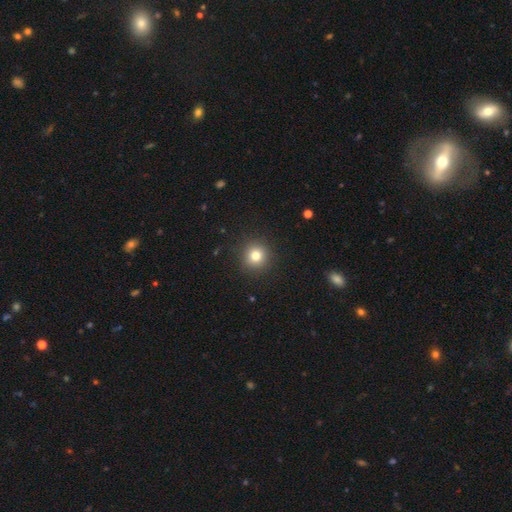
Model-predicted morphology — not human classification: smooth_or_featured: smooth (p=0.80) [alt: star or artifact p=0.12]
how_rounded: round (p=0.92) [alt: in between p=0.07]
merging: none (p=0.90) [alt: minor disturbance p=0.06]